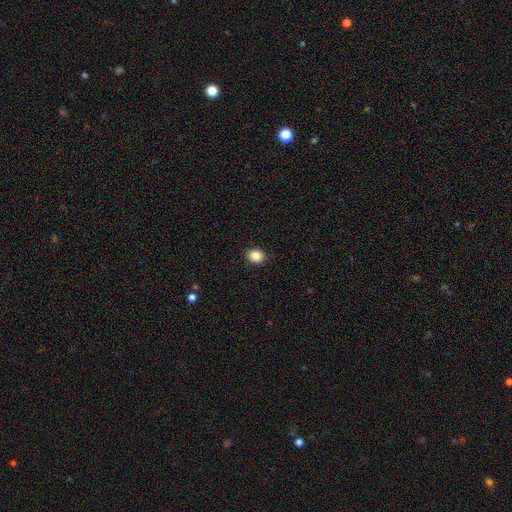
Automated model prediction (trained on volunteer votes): This is clearly a smooth galaxy (86%). How rounded: possibly round (57%). Merging: clearly none (91%).